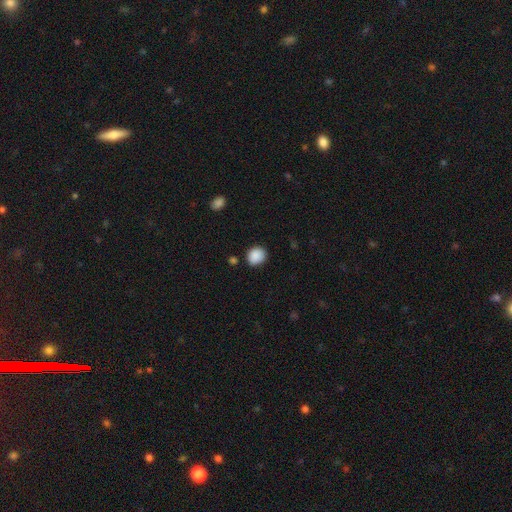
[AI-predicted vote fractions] This is clearly a smooth galaxy (89%). How rounded: likely round (69%). Merging: clearly none (84%).